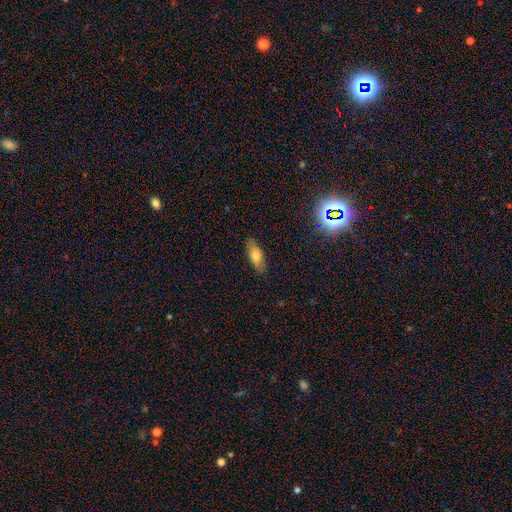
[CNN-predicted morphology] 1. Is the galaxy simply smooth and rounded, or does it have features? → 68% smooth, 23% featured or disk, 9% star or artifact.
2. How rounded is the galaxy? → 75% in between, 22% cigar-shaped, 3% round.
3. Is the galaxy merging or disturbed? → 83% none, 13% minor disturbance, 3% major disturbance, 1% merger.